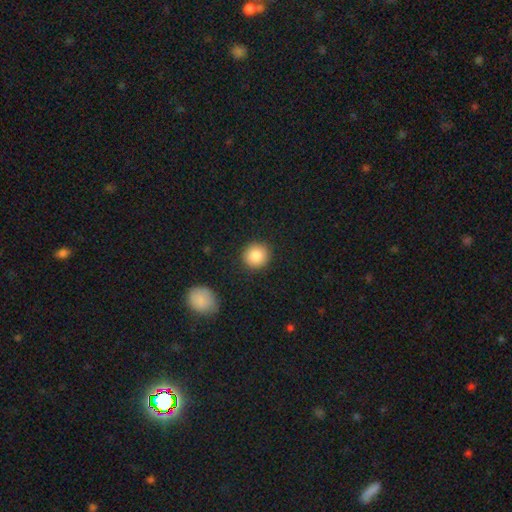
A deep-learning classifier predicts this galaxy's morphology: This appears to be a smooth galaxy with no disk features (85%) that is round (92%). Merging: none (90%).